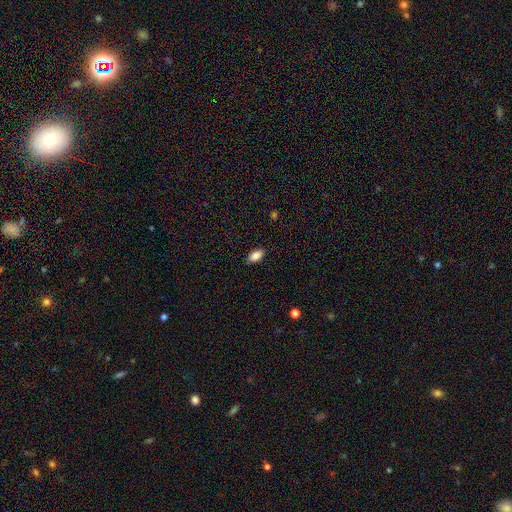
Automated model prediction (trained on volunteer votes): smooth 87%, star or artifact 8%, featured or disk 6%. Down the decision tree: how rounded — in between (91%); merging — none (87%).